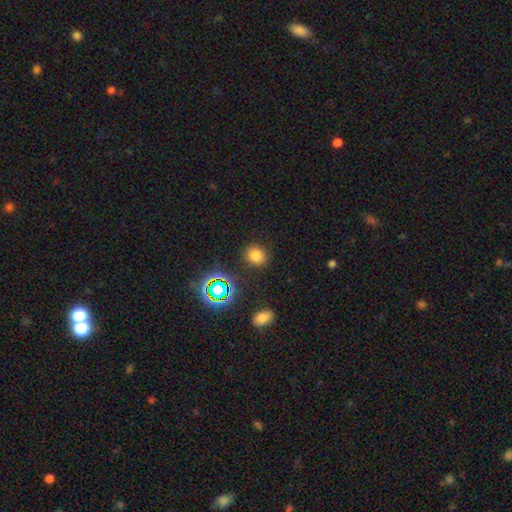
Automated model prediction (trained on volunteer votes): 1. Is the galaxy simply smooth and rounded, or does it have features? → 74% smooth, 20% star or artifact, 6% featured or disk.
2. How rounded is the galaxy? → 74% round, 25% in between, 1% cigar-shaped.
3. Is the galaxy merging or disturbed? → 87% none, 8% minor disturbance, 3% major disturbance, 2% merger.